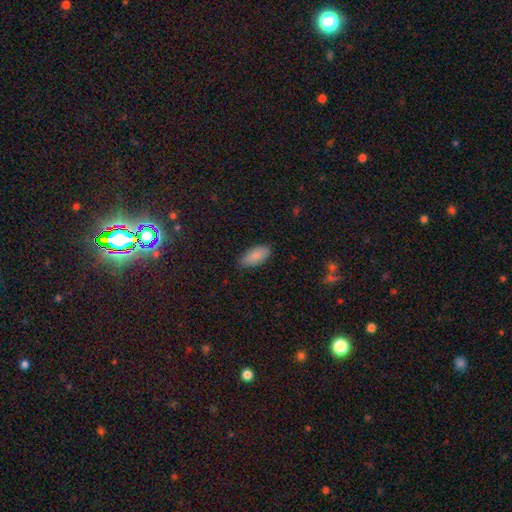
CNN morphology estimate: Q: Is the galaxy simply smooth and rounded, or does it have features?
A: smooth — 87%.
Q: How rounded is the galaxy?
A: in between — 90%.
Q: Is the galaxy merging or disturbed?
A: none — 84%.